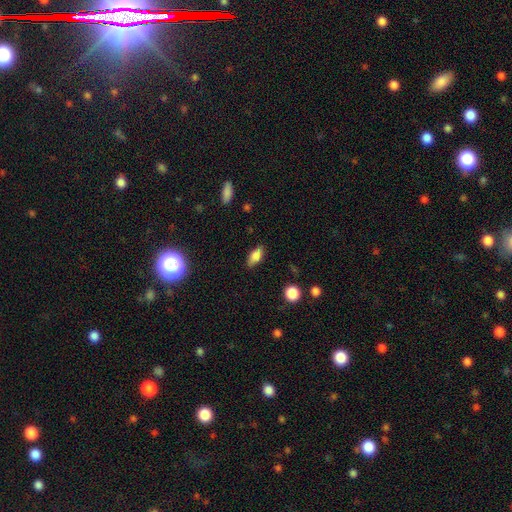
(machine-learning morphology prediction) Smooth or featured: smooth — 80% (featured or disk — 12%)
How rounded: in between — 84% (cigar-shaped — 12%)
Merging: none — 83% (minor disturbance — 13%)